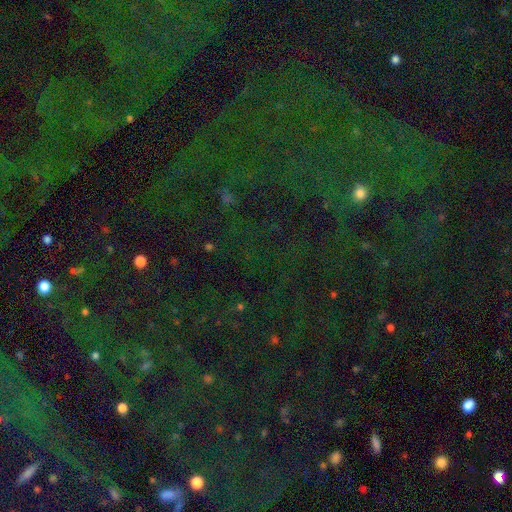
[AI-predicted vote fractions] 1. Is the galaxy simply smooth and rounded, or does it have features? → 81% star or artifact, 11% smooth, 8% featured or disk.